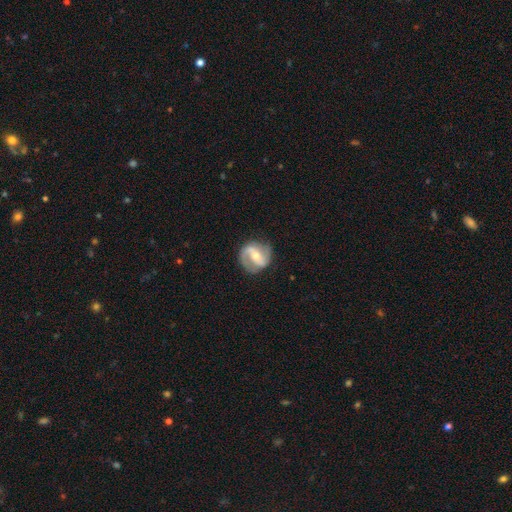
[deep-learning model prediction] This appears to be a featured or disk galaxy (79%) with a strong bar (40%), 2 (87%) medium (47%) spiral arms (91%) and a moderate central bulge (54%). Merging: none (79%).